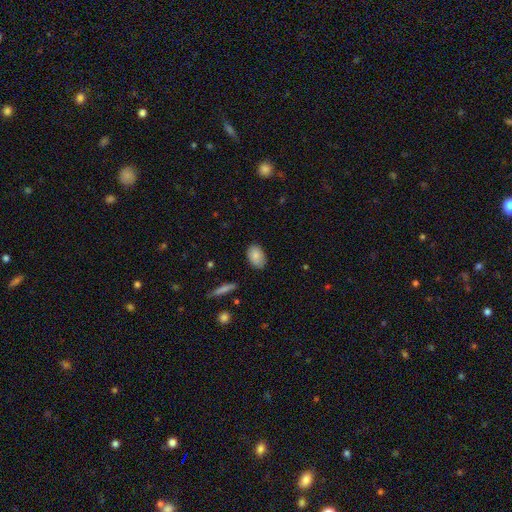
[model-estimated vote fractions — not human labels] Smooth or featured?
  - smooth: 83% *
  - featured or disk: 9%
  - star or artifact: 7%
How rounded?
  - in between: 89% *
  - round: 10%
  - cigar-shaped: 2%
Merging?
  - none: 81% *
  - minor disturbance: 15%
  - major disturbance: 3%
  - merger: 1%